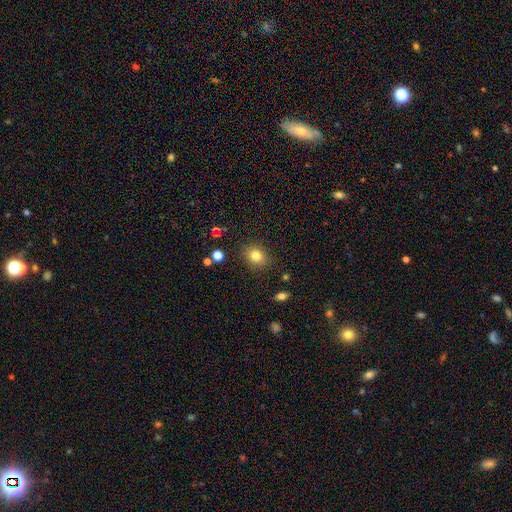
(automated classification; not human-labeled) Smooth or featured? Predicted: smooth (p=0.82). How rounded? Predicted: round (p=0.61). Merging? Predicted: none (p=0.84).